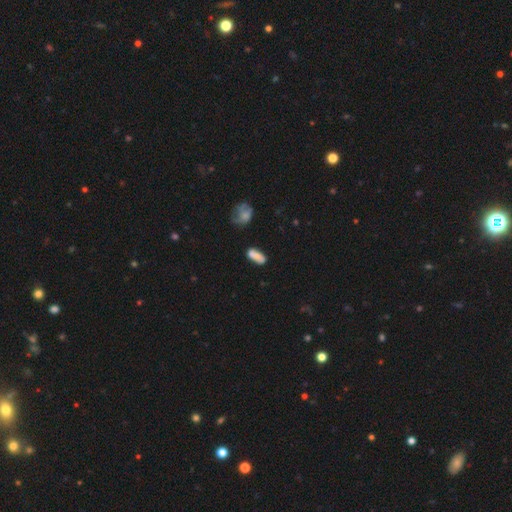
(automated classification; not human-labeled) This appears to be a smooth galaxy with no disk features (71%) that is in between round and cigar-shaped (76%). Merging: none (49%).